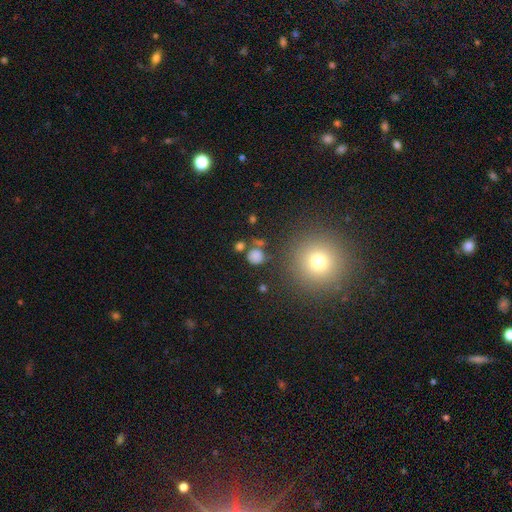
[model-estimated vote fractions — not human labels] smooth-or-featured: smooth: 76% | star or artifact: 18% | featured or disk: 7%
  how-rounded: round: 89% | in between: 10% | cigar-shaped: 1%
  merging: none: 75% | minor disturbance: 11% | merger: 8% | major disturbance: 5%